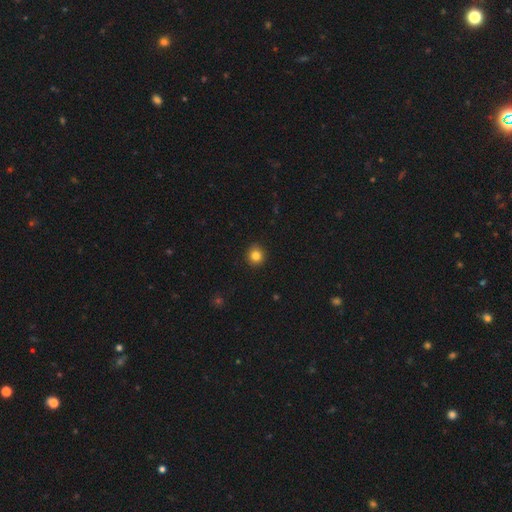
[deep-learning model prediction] Smooth or featured?
  - smooth: 83% *
  - star or artifact: 12%
  - featured or disk: 5%
How rounded?
  - round: 90% *
  - in between: 10%
  - cigar-shaped: 1%
Merging?
  - none: 91% *
  - minor disturbance: 6%
  - major disturbance: 2%
  - merger: 1%